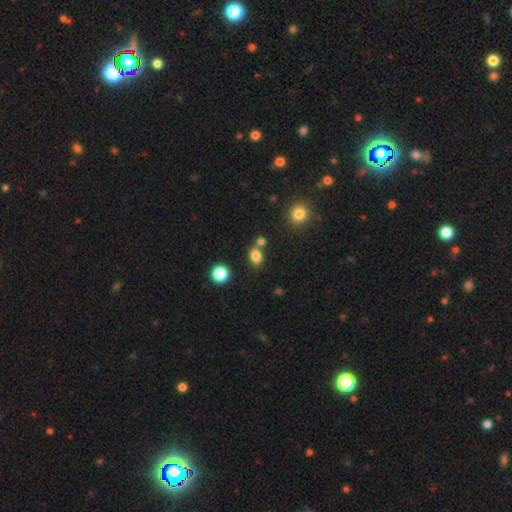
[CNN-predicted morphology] smooth-or-featured: smooth: 82% | star or artifact: 12% | featured or disk: 6%
  how-rounded: in between: 67% | round: 31% | cigar-shaped: 1%
  merging: none: 67% | merger: 17% | minor disturbance: 12% | major disturbance: 4%